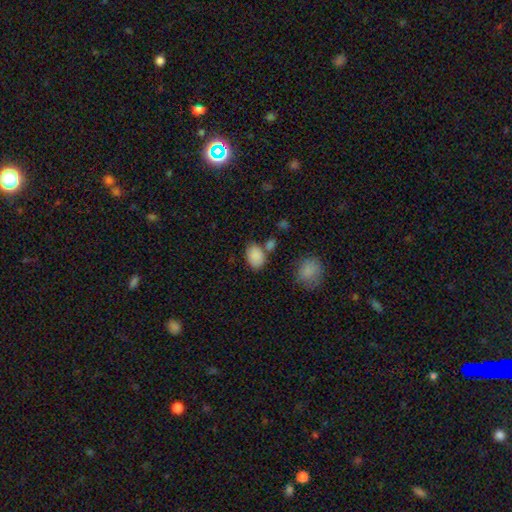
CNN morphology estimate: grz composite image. It shows a smooth galaxy with no disk features (86%) that is in between round and cigar-shaped (79%). Merging: none (64%).